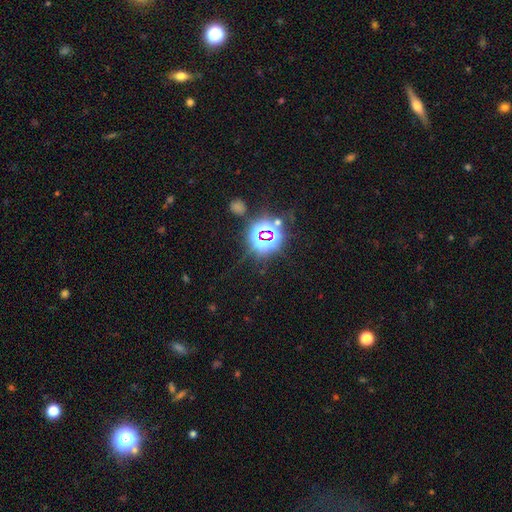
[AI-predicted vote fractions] Morphology: type=star or artifact (78%).